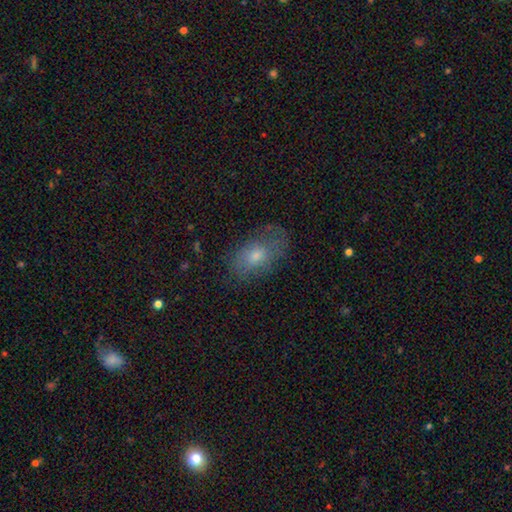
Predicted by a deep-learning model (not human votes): This appears to be a smooth galaxy with no disk features (51%) that is in between round and cigar-shaped (84%). Merging: none (70%).